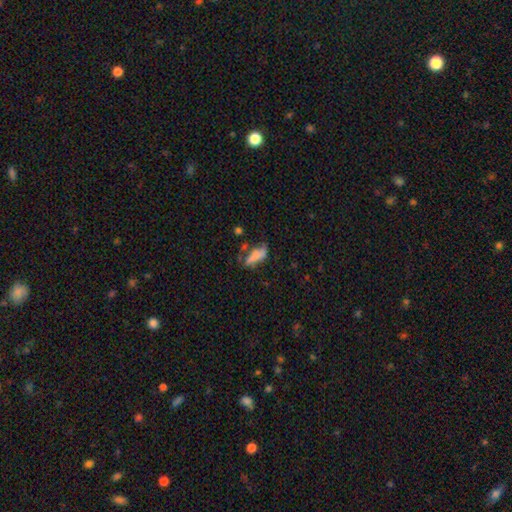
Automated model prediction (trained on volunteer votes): Morphology: type=smooth (66%); roundness=in between (66%); merging=none (34%).